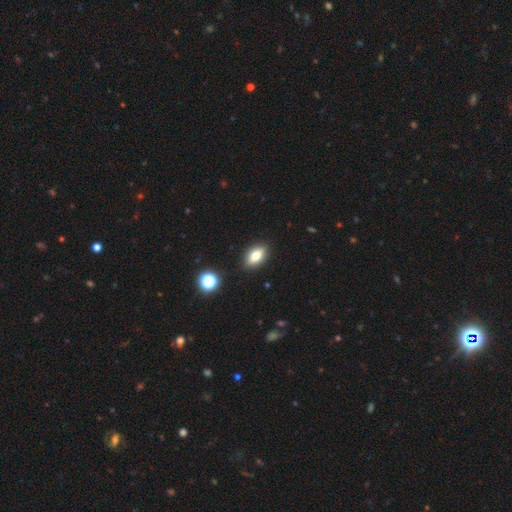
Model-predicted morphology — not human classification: A smooth galaxy with no disk features (75%) that is in between round and cigar-shaped (84%).

Vote fractions:
- Smooth or featured? smooth: 75% / featured or disk: 15% / star or artifact: 10%
- How rounded? in between: 84% / cigar-shaped: 8% / round: 7%
- Merging? none: 87% / minor disturbance: 9% / major disturbance: 2% / merger: 2%